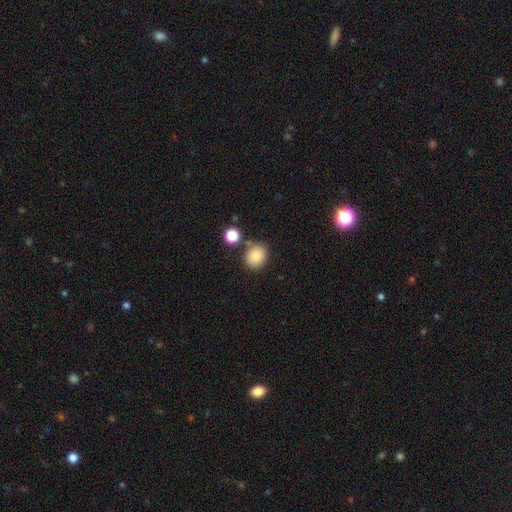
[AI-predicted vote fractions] Smooth or featured? smooth (82%)
How rounded? round (61%)
Merging? none (76%)